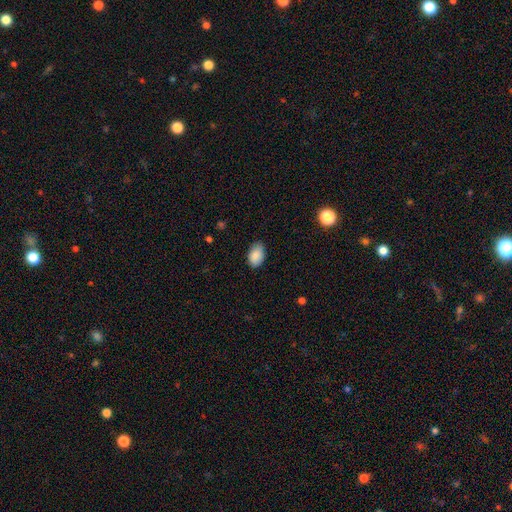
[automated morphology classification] The model was most divided on "merging": none: 79%, minor disturbance: 18%, major disturbance: 3%, merger: 1%. More confident: how rounded — in between (90%); smooth or featured — smooth (87%).